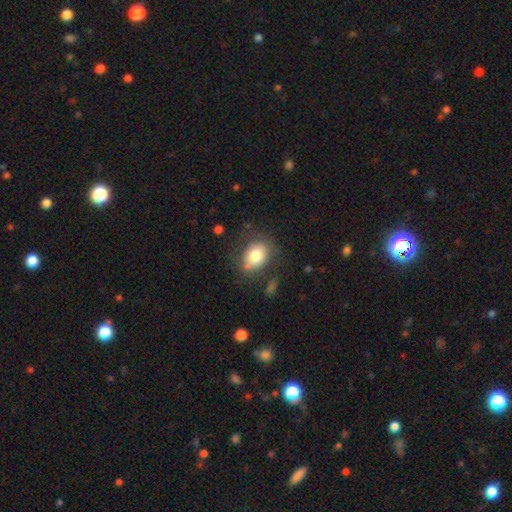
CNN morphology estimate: smooth-or-featured: smooth: 78% | featured or disk: 14% | star or artifact: 8%
  how-rounded: in between: 66% | round: 33% | cigar-shaped: 1%
  merging: none: 69% | minor disturbance: 20% | major disturbance: 8% | merger: 4%